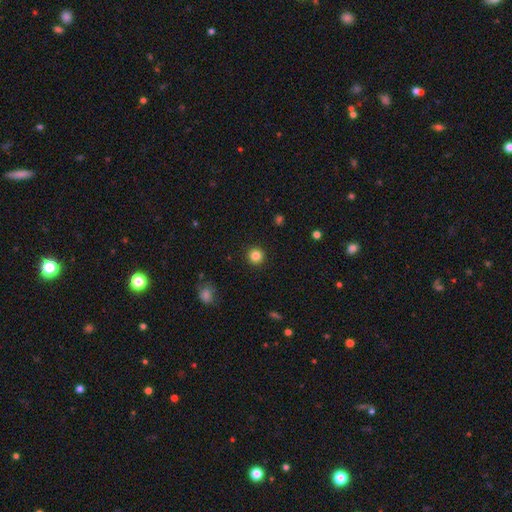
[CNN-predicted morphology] A smooth galaxy with no disk features (84%) that is round (95%).

Vote fractions:
- Smooth or featured? smooth: 84% / star or artifact: 11% / featured or disk: 4%
- How rounded? round: 95% / in between: 4% / cigar-shaped: 1%
- Merging? none: 92% / minor disturbance: 5% / major disturbance: 2% / merger: 1%